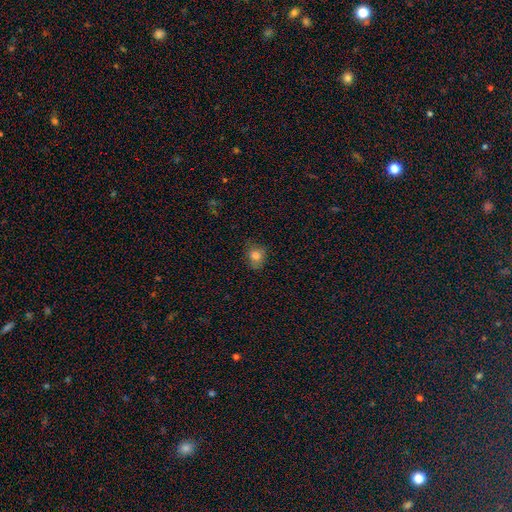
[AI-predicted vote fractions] smooth-or-featured: smooth: 81% | star or artifact: 12% | featured or disk: 7%
  how-rounded: round: 69% | in between: 30% | cigar-shaped: 1%
  merging: none: 72% | minor disturbance: 21% | major disturbance: 6% | merger: 1%